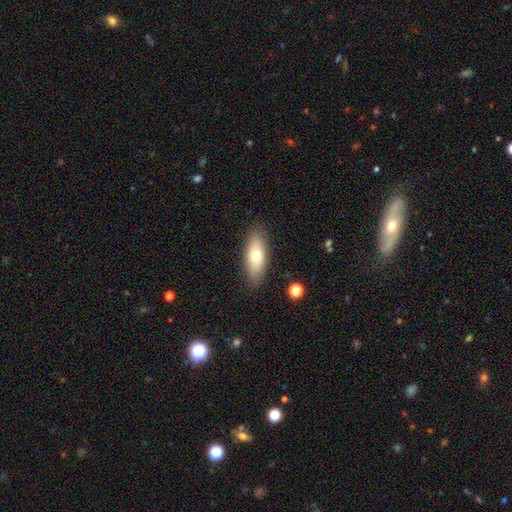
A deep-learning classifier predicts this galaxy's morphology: smooth_or_featured: smooth (p=0.68) [alt: featured or disk p=0.26]
how_rounded: in between (p=0.74) [alt: cigar-shaped p=0.23]
merging: none (p=0.86) [alt: minor disturbance p=0.10]